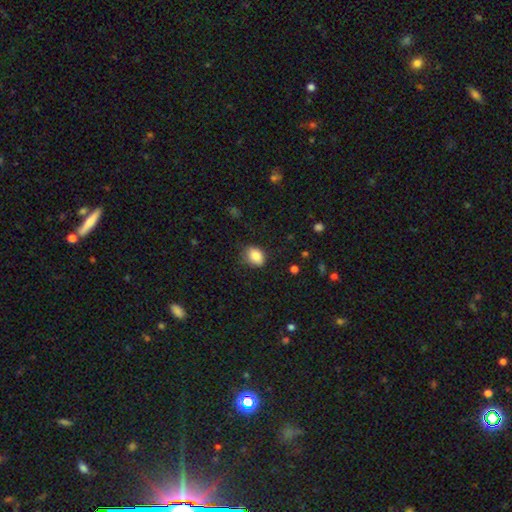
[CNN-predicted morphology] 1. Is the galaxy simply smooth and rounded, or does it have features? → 85% smooth, 9% star or artifact, 7% featured or disk.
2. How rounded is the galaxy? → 63% in between, 36% round, 1% cigar-shaped.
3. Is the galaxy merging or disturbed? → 73% none, 22% minor disturbance, 4% major disturbance, 1% merger.